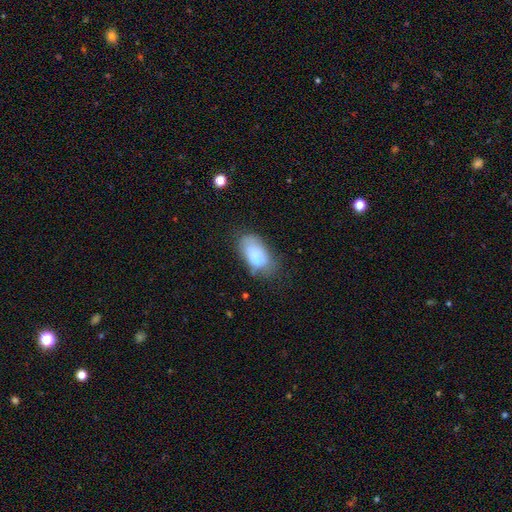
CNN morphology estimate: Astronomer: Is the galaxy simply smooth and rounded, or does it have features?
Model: smooth — 76%.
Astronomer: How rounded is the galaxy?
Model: in between — 93%.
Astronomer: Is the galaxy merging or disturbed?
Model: none — 45% (runner-up: minor disturbance, 31%).